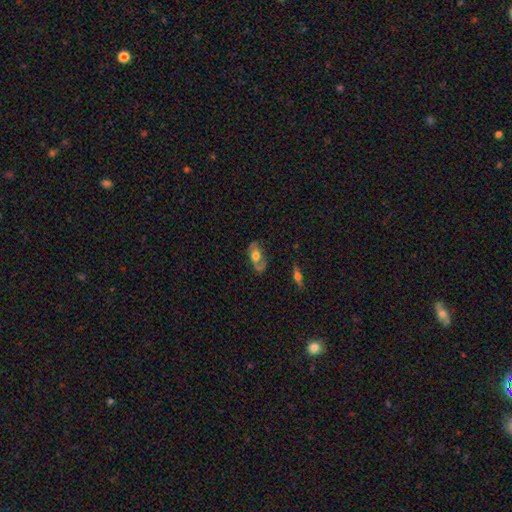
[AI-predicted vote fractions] Q: Smooth or featured?
A: featured or disk (55%); runner-up: smooth (38%)
Q: Edge-on disk?
A: no (82%); runner-up: yes (18%)
Q: Merging?
A: none (65%); runner-up: minor disturbance (22%)